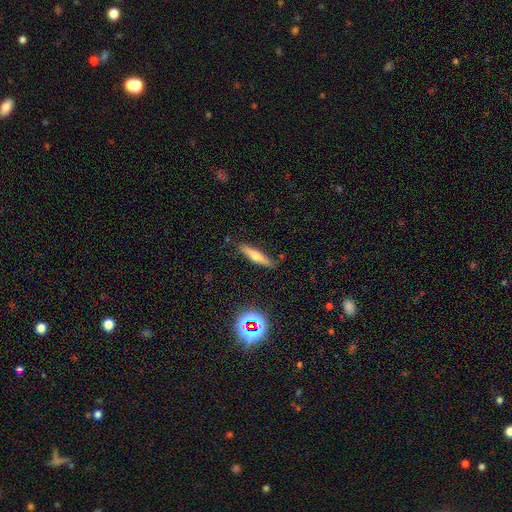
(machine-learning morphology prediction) Q: Smooth or featured?
A: smooth (51%); runner-up: featured or disk (39%)
Q: How rounded?
A: cigar-shaped (84%); runner-up: in between (14%)
Q: Merging?
A: none (86%); runner-up: minor disturbance (10%)